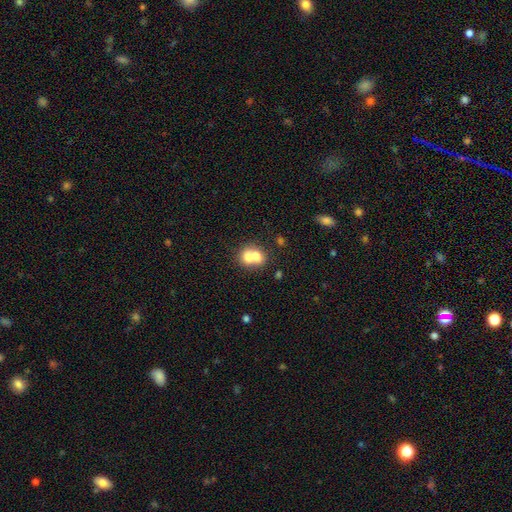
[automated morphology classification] type=smooth (68%); roundness=round (62%); merging=merger (68%).